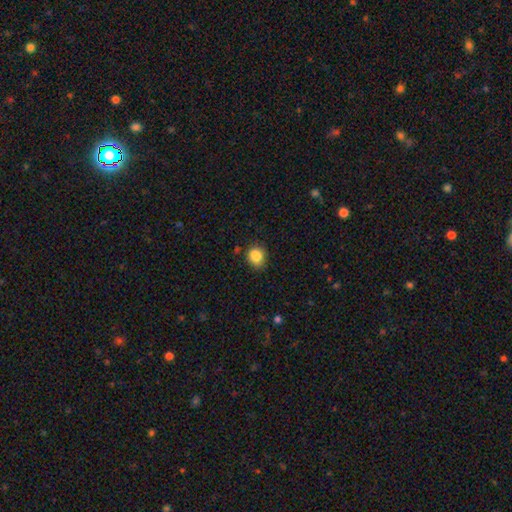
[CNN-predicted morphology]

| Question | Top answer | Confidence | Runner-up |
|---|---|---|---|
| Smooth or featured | smooth | 85% | star or artifact (10%) |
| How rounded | round | 65% | in between (34%) |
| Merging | none | 77% | minor disturbance (18%) |